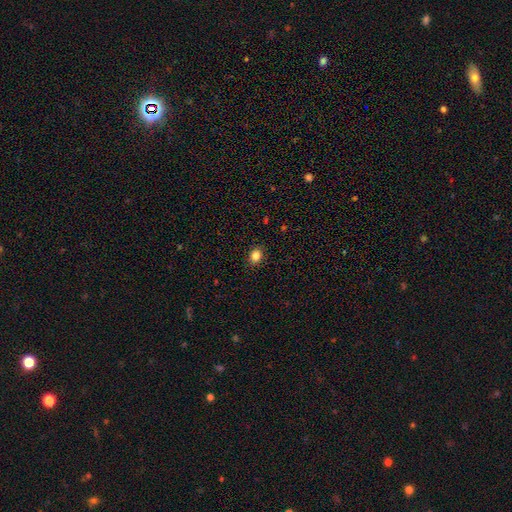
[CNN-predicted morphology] smooth 84%, star or artifact 11%, featured or disk 5%. Down the decision tree: how rounded — round (52%); merging — none (90%).